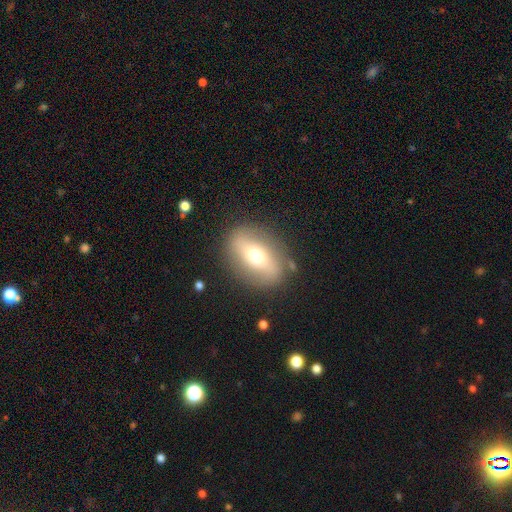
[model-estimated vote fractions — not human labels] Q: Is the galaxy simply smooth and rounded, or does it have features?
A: smooth — 47%.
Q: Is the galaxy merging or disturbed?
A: none — 82%.